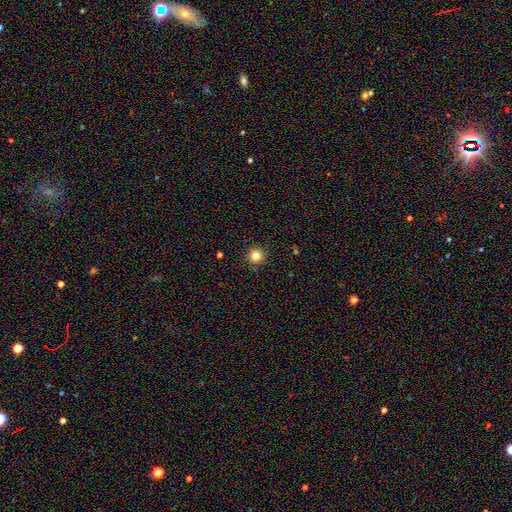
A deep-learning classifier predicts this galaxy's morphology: smooth 82%, star or artifact 13%, featured or disk 6%. Down the decision tree: how rounded — round (95%); merging — none (91%).